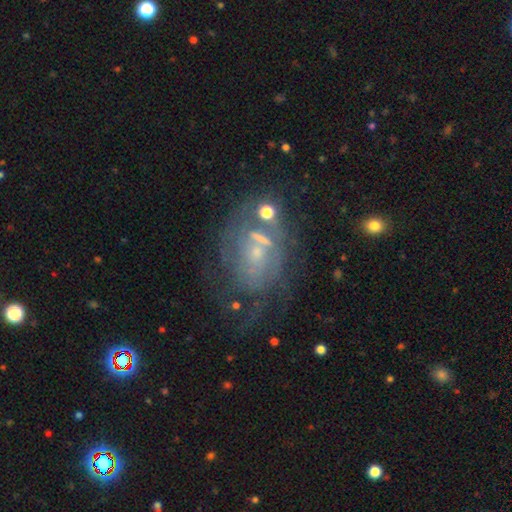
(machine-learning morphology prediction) Smooth or featured?
  - featured or disk: 63% *
  - smooth: 20%
  - star or artifact: 16%
Edge-on disk?
  - no: 96% *
  - yes: 4%
Bar?
  - no: 67% *
  - weak: 25%
  - strong: 8%
Spiral arms?
  - yes: 52% *
  - no: 48%
Bulge size?
  - small: 51% *
  - moderate: 27%
  - none: 16%
  - large: 4%
  - dominant: 2%
Merging?
  - none: 35% *
  - major disturbance: 29%
  - minor disturbance: 19%
  - merger: 17%